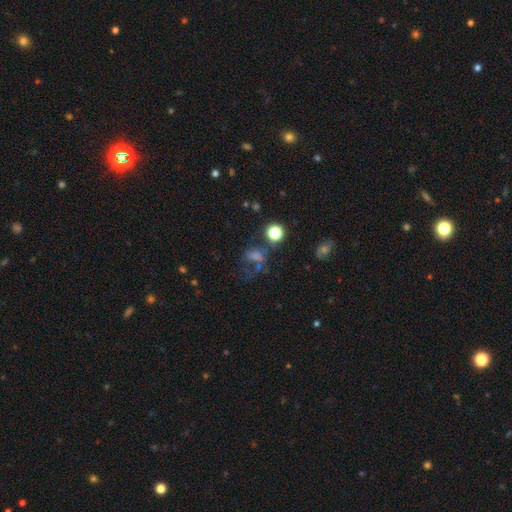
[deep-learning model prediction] The model was most divided on "smooth or featured": smooth: 39%, star or artifact: 37%, featured or disk: 25%. Remaining: merging — none (41%).